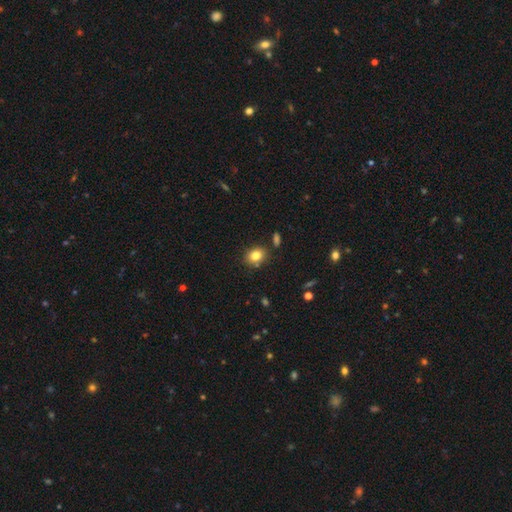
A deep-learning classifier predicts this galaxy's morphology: Overall: smooth (82%). How rounded: in between (50%; round 49%). Merging: none (82%).